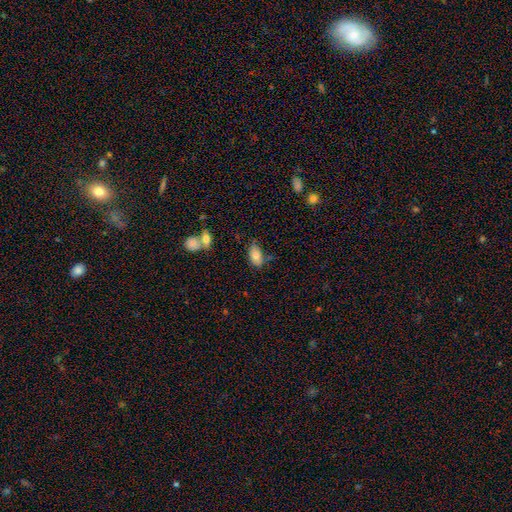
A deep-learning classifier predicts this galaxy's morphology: smooth_or_featured: smooth (p=0.80) [alt: featured or disk p=0.12]
how_rounded: in between (p=0.92) [alt: round p=0.05]
merging: none (p=0.63) [alt: minor disturbance p=0.25]